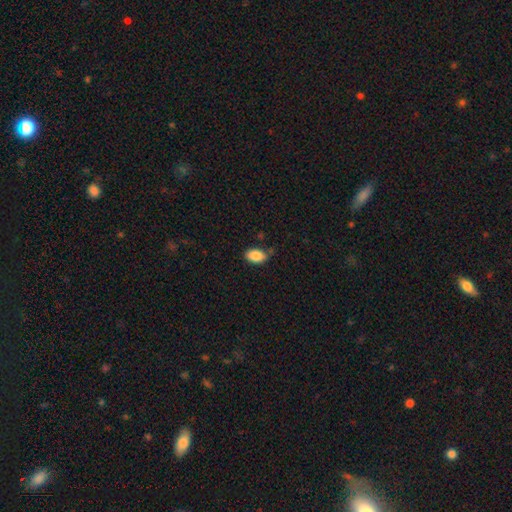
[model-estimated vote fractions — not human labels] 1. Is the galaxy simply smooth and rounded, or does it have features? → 87% smooth, 8% star or artifact, 5% featured or disk.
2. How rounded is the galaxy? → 91% in between, 8% round, 1% cigar-shaped.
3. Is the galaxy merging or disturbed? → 67% none, 25% minor disturbance, 5% major disturbance, 3% merger.